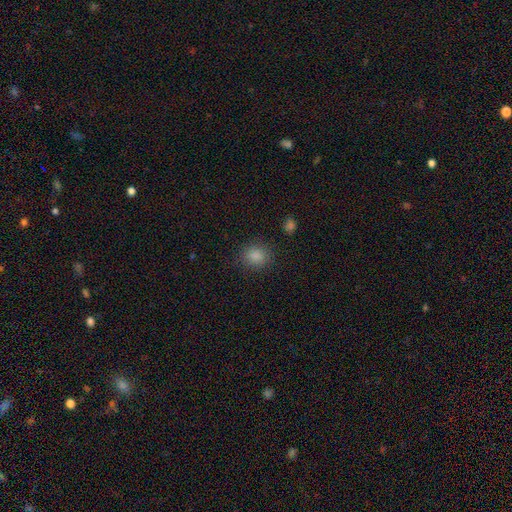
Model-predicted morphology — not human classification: Overall: smooth (85%). How rounded: round (76%). Merging: none (86%).